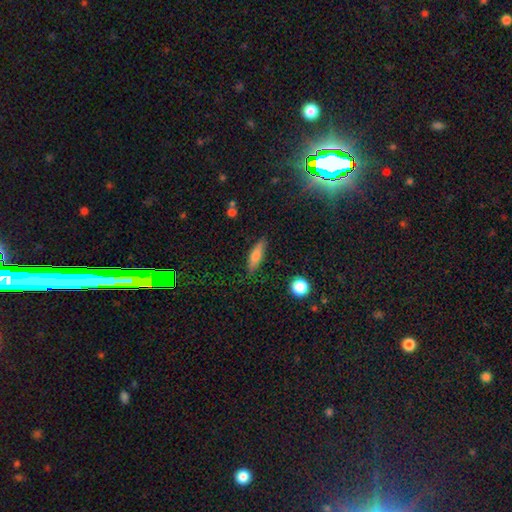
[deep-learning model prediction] A smooth galaxy with no disk features (70%) that is cigar-shaped (64%).

Vote fractions:
- Smooth or featured? smooth: 70% / featured or disk: 22% / star or artifact: 8%
- How rounded? cigar-shaped: 64% / in between: 33% / round: 3%
- Merging? none: 85% / minor disturbance: 11% / major disturbance: 3% / merger: 2%